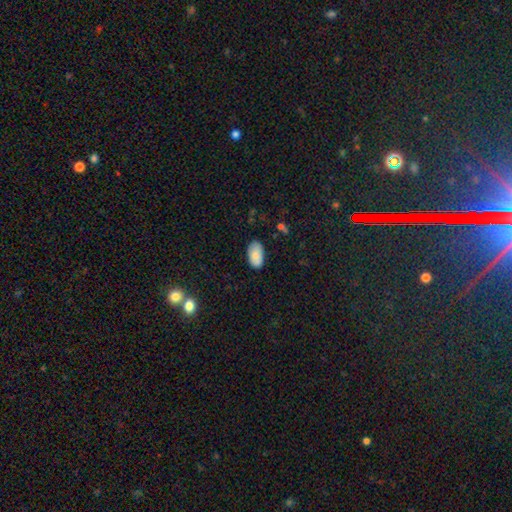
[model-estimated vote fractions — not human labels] Q: Smooth or featured?
A: smooth (84%); runner-up: featured or disk (9%)
Q: How rounded?
A: in between (95%); runner-up: round (4%)
Q: Merging?
A: none (79%); runner-up: minor disturbance (16%)